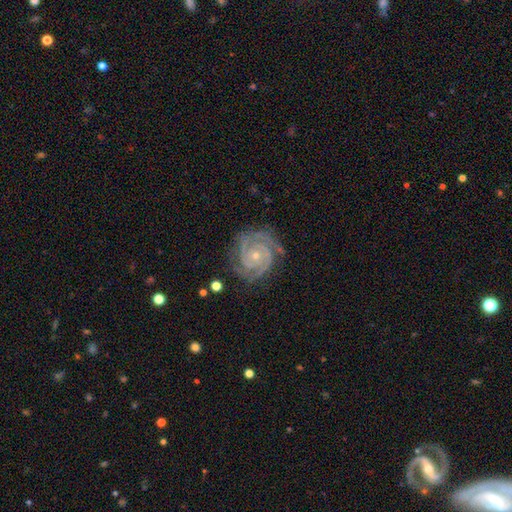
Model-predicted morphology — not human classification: The model was most divided on "spiral arm count": 2: 57%, 3: 25%, can't tell: 6%, 4: 6%, more than 4: 4%, 1: 4%. More confident: spiral arms — yes (99%); edge-on disk — no (98%); smooth or featured — featured or disk (92%); spiral winding — tight (82%); merging — none (79%); bar — no (74%); bulge size — small (73%).